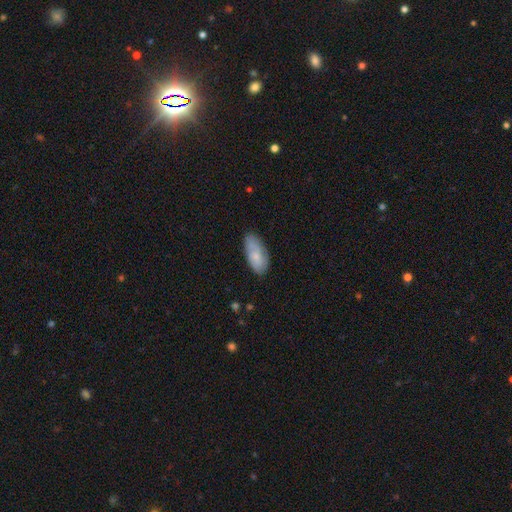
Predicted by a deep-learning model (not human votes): smooth 69%, featured or disk 24%, star or artifact 6%. Down the decision tree: how rounded — in between (87%); merging — none (73%).